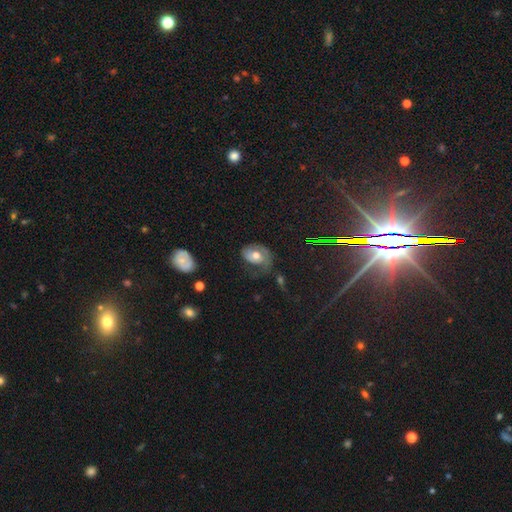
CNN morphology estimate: Smooth or featured?
  - featured or disk: 52% *
  - smooth: 38%
  - star or artifact: 9%
Edge-on disk?
  - no: 95% *
  - yes: 5%
Merging?
  - major disturbance: 36% * (tied)
  - none: 36% * (tied)
  - minor disturbance: 25%
  - merger: 3%